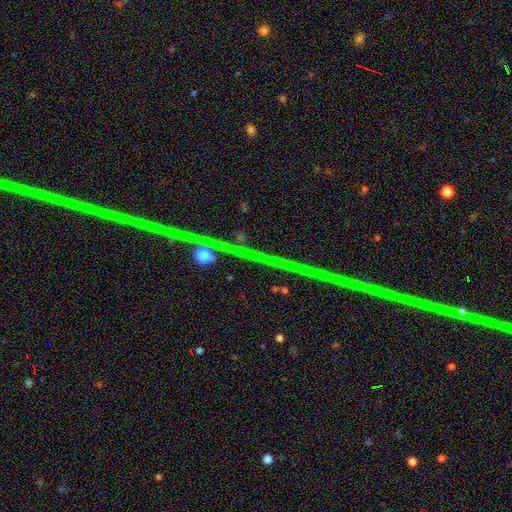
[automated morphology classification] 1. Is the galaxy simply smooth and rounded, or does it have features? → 74% star or artifact, 16% featured or disk, 10% smooth.